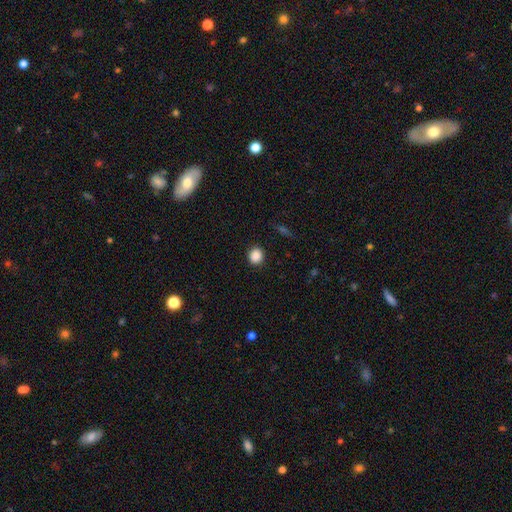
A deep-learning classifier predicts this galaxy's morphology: Smooth or featured?
  - smooth: 88% *
  - star or artifact: 9%
  - featured or disk: 3%
How rounded?
  - round: 81% *
  - in between: 18%
  - cigar-shaped: 1%
Merging?
  - none: 90% *
  - minor disturbance: 7%
  - major disturbance: 2%
  - merger: 1%